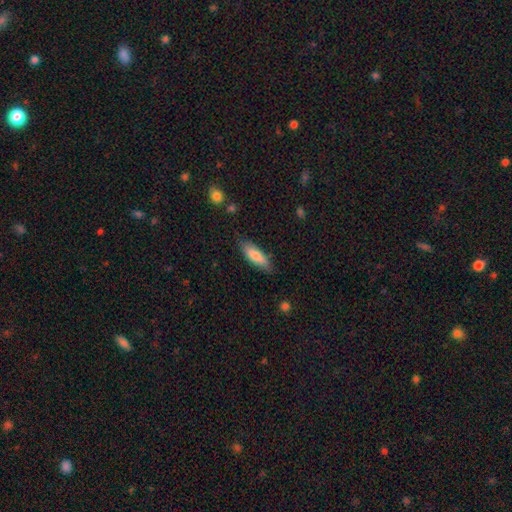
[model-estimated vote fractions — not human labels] Q: Smooth or featured?
A: smooth (80%); runner-up: featured or disk (15%)
Q: How rounded?
A: in between (53%); runner-up: cigar-shaped (45%)
Q: Merging?
A: none (79%); runner-up: minor disturbance (17%)